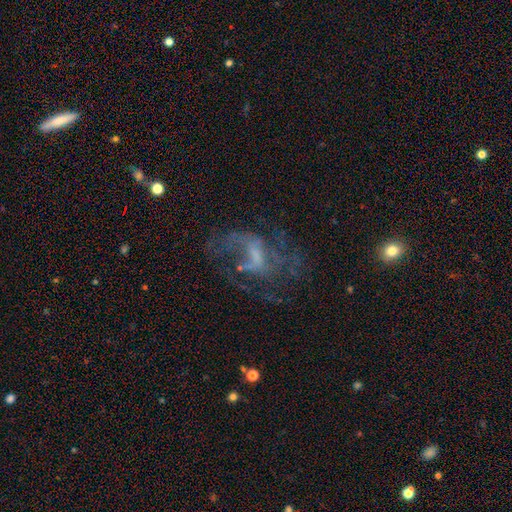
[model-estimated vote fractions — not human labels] Morphology: type=featured or disk (66%); edge-on=no (96%); bar=no (45%); spiral arms=yes (57%); bulge=none (38%); merging=none (42%).